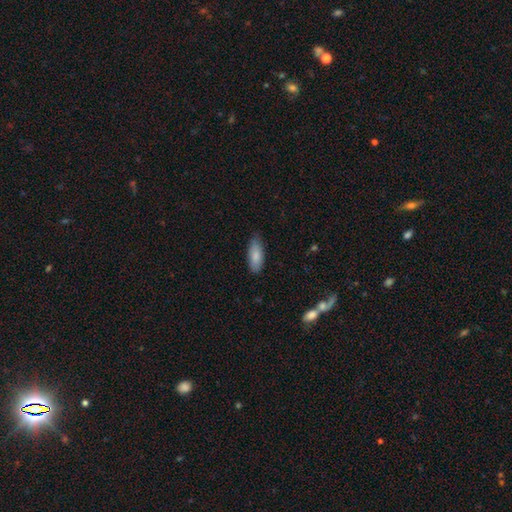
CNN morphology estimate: This appears to be a smooth galaxy with no disk features (83%) that is in between round and cigar-shaped (77%). Merging: none (76%).